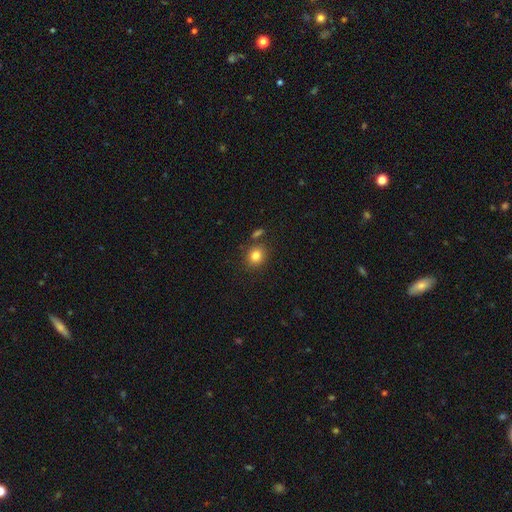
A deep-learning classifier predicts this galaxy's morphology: Smooth or featured? smooth (82%)
How rounded? round (73%)
Merging? none (79%)